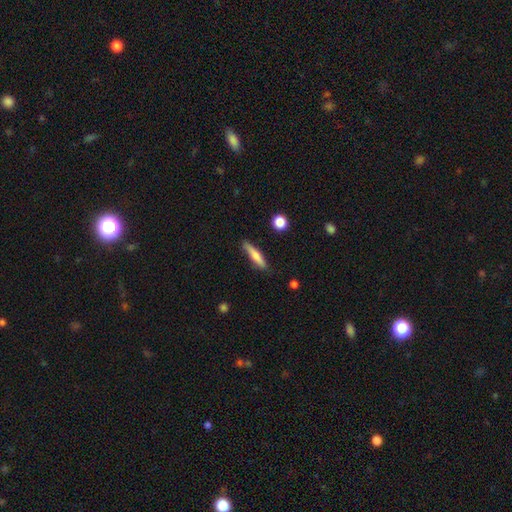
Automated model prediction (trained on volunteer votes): smooth 64%, featured or disk 30%, star or artifact 6%. Down the decision tree: how rounded — cigar-shaped (86%); merging — none (82%).